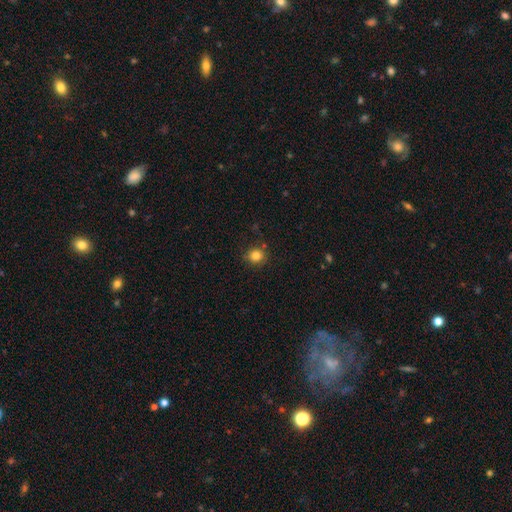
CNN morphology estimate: Smooth or featured?
  - smooth: 82% *
  - star or artifact: 12%
  - featured or disk: 6%
How rounded?
  - round: 87% *
  - in between: 12%
  - cigar-shaped: 1%
Merging?
  - none: 85% *
  - minor disturbance: 10%
  - merger: 3%
  - major disturbance: 3%